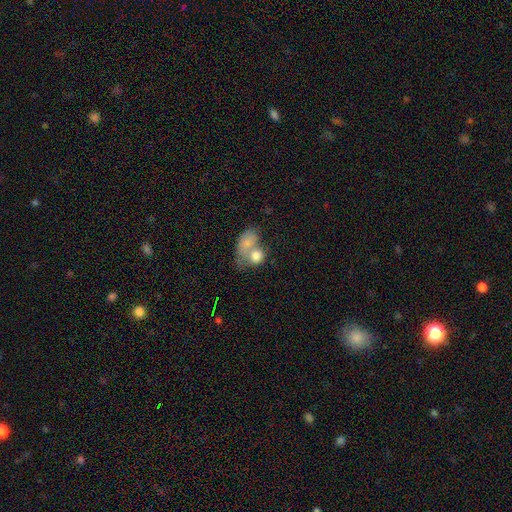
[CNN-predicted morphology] Smooth or featured?
  - smooth: 75% *
  - featured or disk: 17%
  - star or artifact: 8%
How rounded?
  - in between: 53% *
  - round: 45%
  - cigar-shaped: 2%
Merging?
  - merger: 65% *
  - none: 18%
  - minor disturbance: 8%
  - major disturbance: 8%